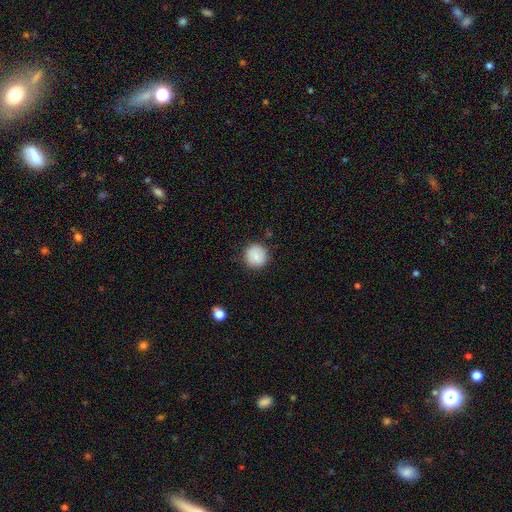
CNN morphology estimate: smooth_or_featured: smooth (p=0.85) [alt: star or artifact p=0.08]
how_rounded: round (p=0.93) [alt: in between p=0.06]
merging: none (p=0.87) [alt: minor disturbance p=0.09]